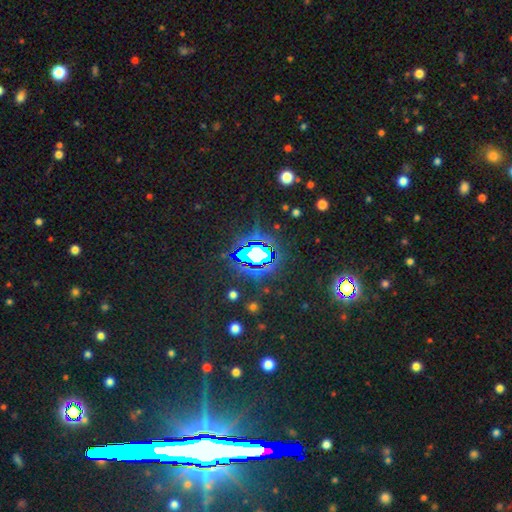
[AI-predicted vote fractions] A star or artifact, not a galaxy (76%).

Vote fractions:
- Smooth or featured? star or artifact: 76% / smooth: 14% / featured or disk: 10%